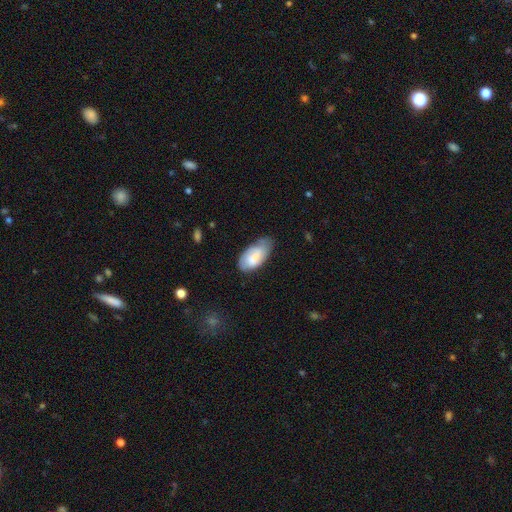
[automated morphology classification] Smooth or featured? Predicted: smooth (p=0.72). How rounded? Predicted: in between (p=0.94). Merging? Predicted: none (p=0.49).